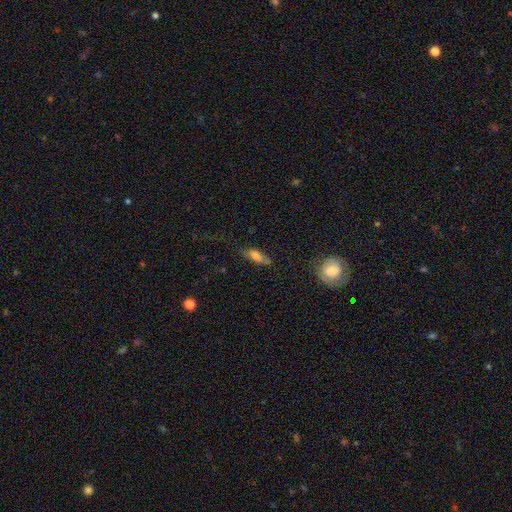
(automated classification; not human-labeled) Smooth or featured? smooth (74%)
How rounded? in between (62%)
Merging? none (62%)